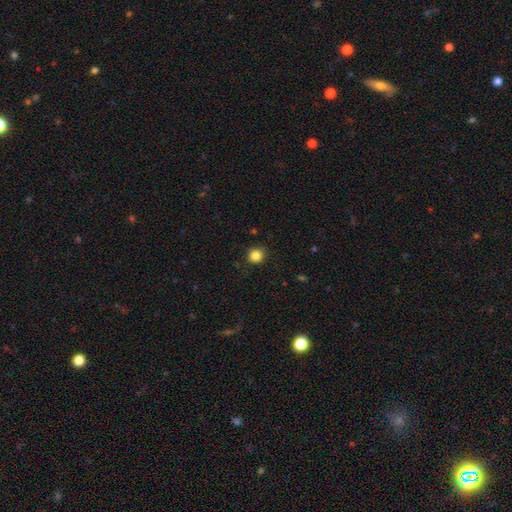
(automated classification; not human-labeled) This is clearly a smooth galaxy (85%). How rounded: clearly round (90%). Merging: clearly none (90%).